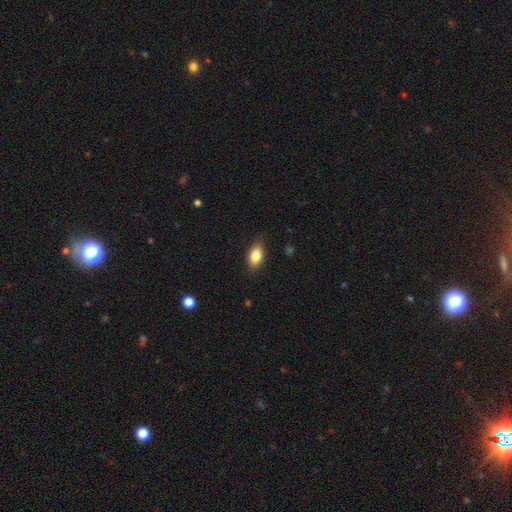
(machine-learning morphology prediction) Overall: smooth (83%). How rounded: in between (88%). Merging: none (82%).